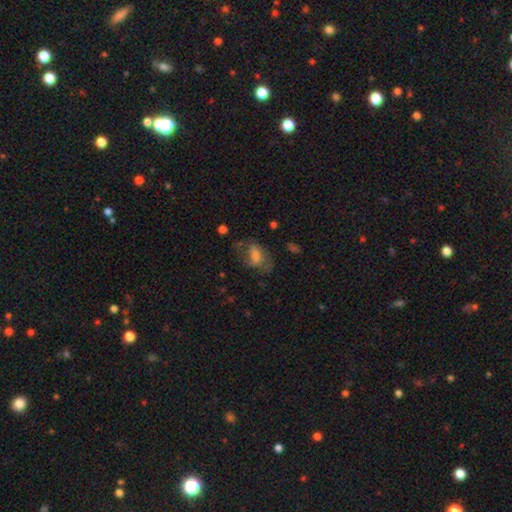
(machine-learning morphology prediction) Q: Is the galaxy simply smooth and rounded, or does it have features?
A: smooth — 47%.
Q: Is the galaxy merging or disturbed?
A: none — 47%.